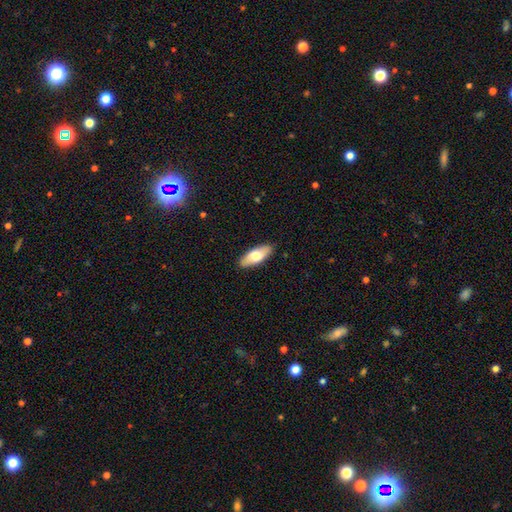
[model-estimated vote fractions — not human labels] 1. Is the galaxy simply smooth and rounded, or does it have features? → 68% smooth, 27% featured or disk, 5% star or artifact.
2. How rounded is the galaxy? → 80% in between, 18% cigar-shaped, 2% round.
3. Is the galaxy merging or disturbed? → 89% none, 8% minor disturbance, 2% major disturbance, 1% merger.